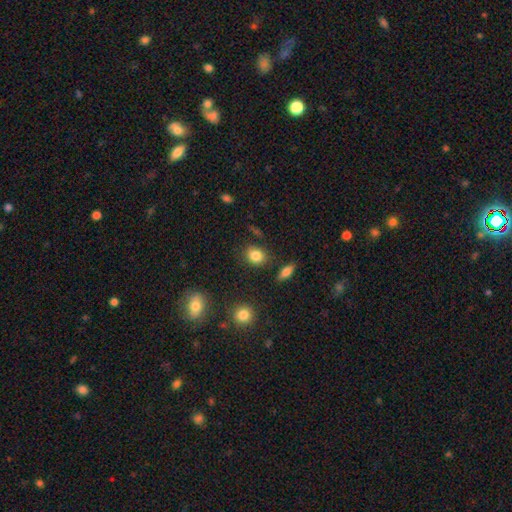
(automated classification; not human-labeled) A smooth galaxy with no disk features (83%) that is round (61%).

Vote fractions:
- Smooth or featured? smooth: 83% / star or artifact: 10% / featured or disk: 7%
- How rounded? round: 61% / in between: 38% / cigar-shaped: 2%
- Merging? none: 79% / minor disturbance: 13% / merger: 4% / major disturbance: 4%